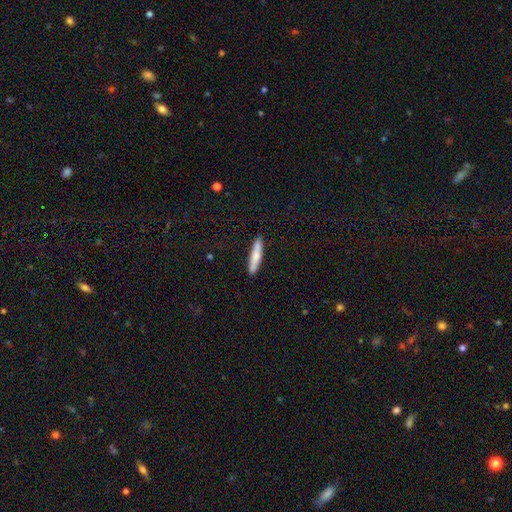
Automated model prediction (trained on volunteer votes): Smooth or featured: smooth — 74% (featured or disk — 20%)
How rounded: cigar-shaped — 88% (in between — 10%)
Merging: none — 89% (minor disturbance — 8%)